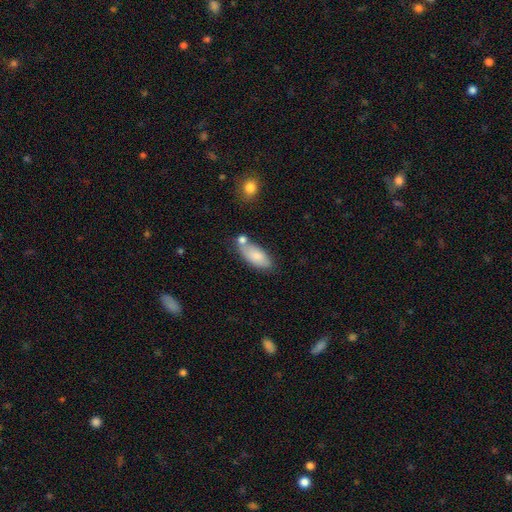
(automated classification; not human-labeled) A smooth galaxy with no disk features (80%) that is in between round and cigar-shaped (84%).

Vote fractions:
- Smooth or featured? smooth: 80% / featured or disk: 13% / star or artifact: 7%
- How rounded? in between: 84% / cigar-shaped: 13% / round: 3%
- Merging? none: 57% / merger: 20% / minor disturbance: 18% / major disturbance: 5%